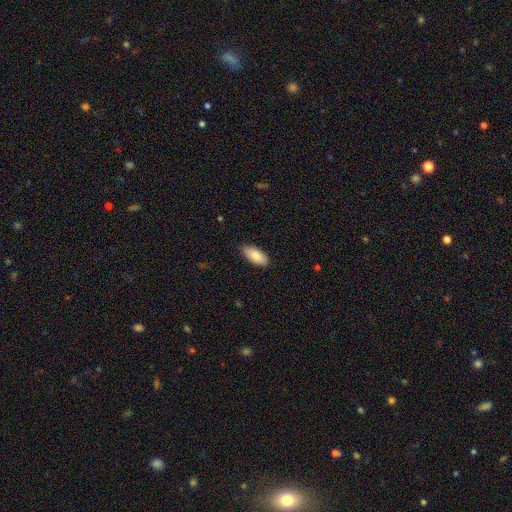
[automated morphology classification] This appears to be a smooth galaxy with no disk features (85%) that is in between round and cigar-shaped (89%). Merging: none (87%).